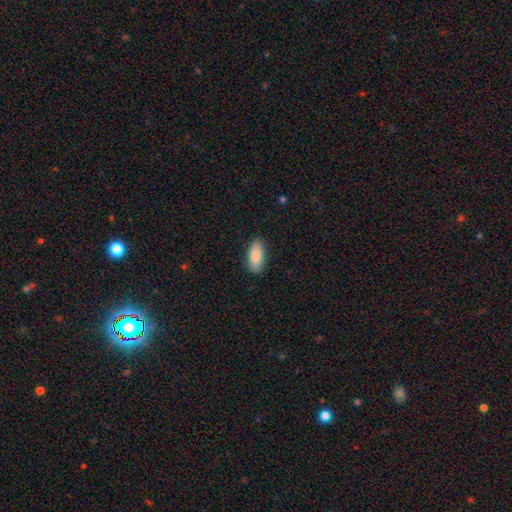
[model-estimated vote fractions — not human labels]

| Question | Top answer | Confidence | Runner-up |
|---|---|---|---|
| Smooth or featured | smooth | 88% | featured or disk (6%) |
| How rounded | in between | 87% | cigar-shaped (11%) |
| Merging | none | 86% | minor disturbance (11%) |